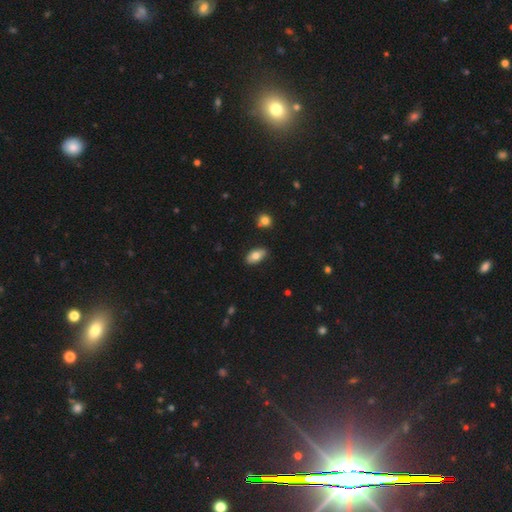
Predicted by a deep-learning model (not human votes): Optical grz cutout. It shows a smooth galaxy with no disk features (78%) that is in between round and cigar-shaped (92%). Merging: none (86%).